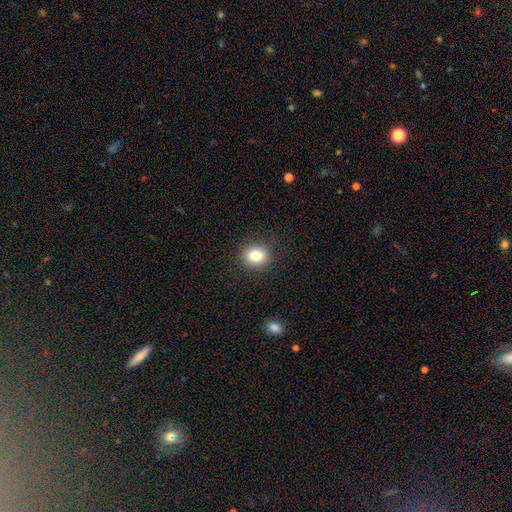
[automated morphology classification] smooth_or_featured: smooth (p=0.83) [alt: star or artifact p=0.10]
how_rounded: round (p=0.58) [alt: in between p=0.41]
merging: none (p=0.89) [alt: minor disturbance p=0.08]